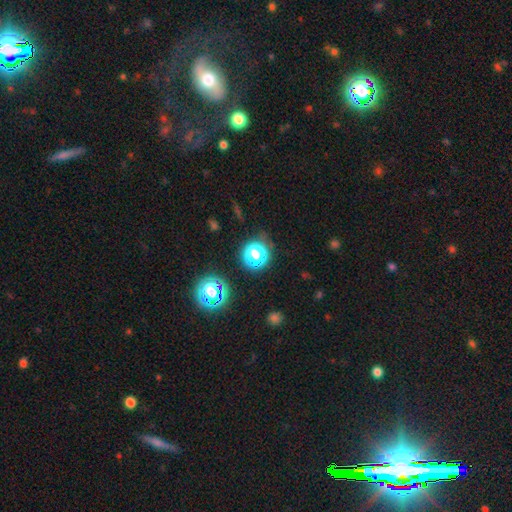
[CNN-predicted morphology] smooth_or_featured: star or artifact (p=0.50) [alt: smooth p=0.42]